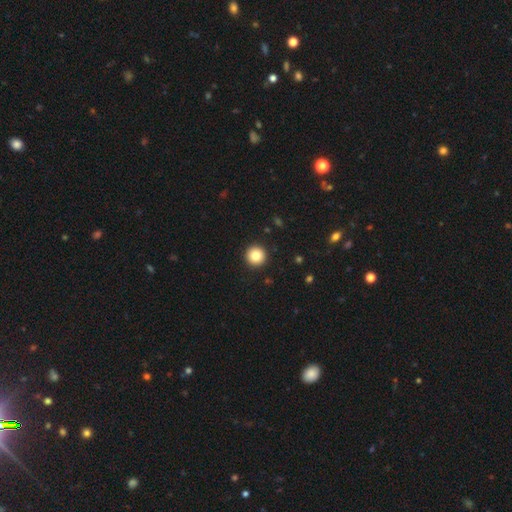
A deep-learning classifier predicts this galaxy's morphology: type=smooth (84%); roundness=round (96%); merging=none (93%).